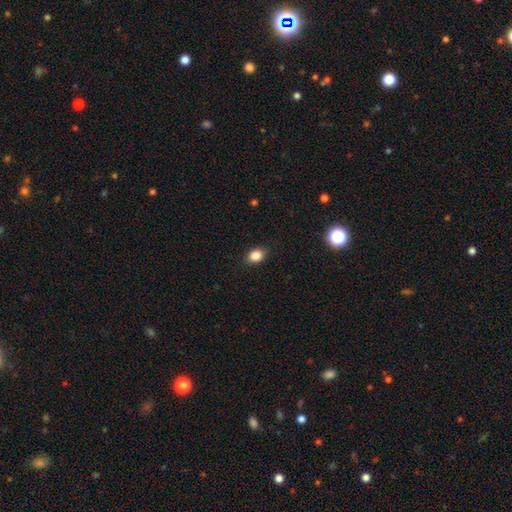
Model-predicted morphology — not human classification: Q: Smooth or featured?
A: smooth (85%); runner-up: star or artifact (10%)
Q: How rounded?
A: in between (70%); runner-up: round (28%)
Q: Merging?
A: none (89%); runner-up: minor disturbance (8%)